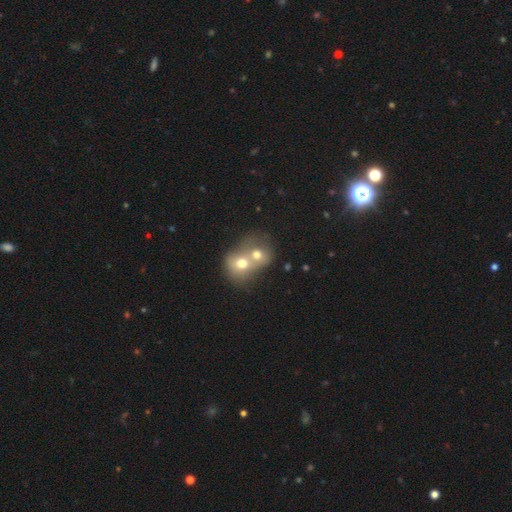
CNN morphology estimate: A smooth galaxy with no disk features (59%) that is round (65%). Merging: merger (78%).